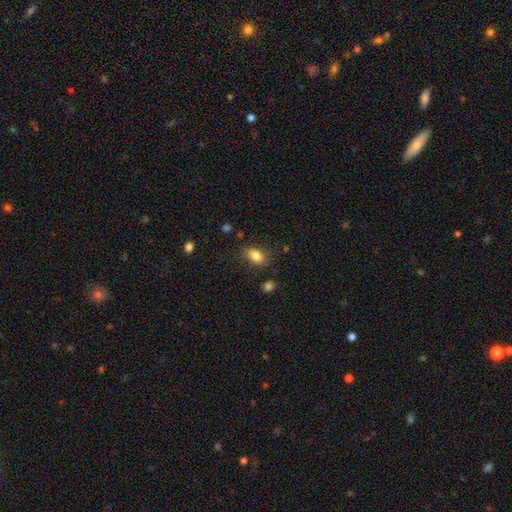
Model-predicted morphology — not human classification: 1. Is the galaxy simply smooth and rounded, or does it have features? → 82% smooth, 9% star or artifact, 9% featured or disk.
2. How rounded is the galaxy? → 84% in between, 13% round, 3% cigar-shaped.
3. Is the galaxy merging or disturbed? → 81% none, 14% minor disturbance, 4% major disturbance, 2% merger.